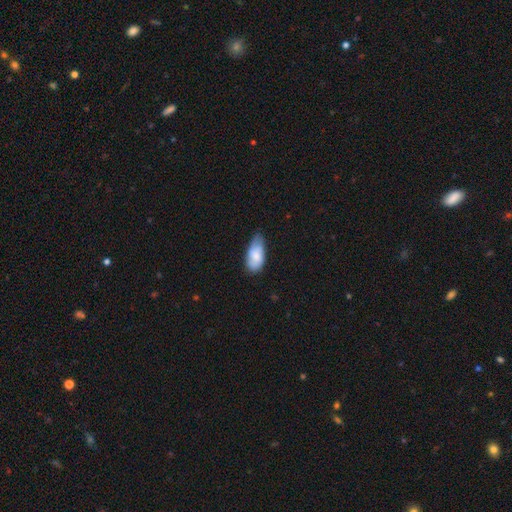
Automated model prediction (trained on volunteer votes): smooth_or_featured: smooth (p=0.75) [alt: featured or disk p=0.19]
how_rounded: in between (p=0.92) [alt: cigar-shaped p=0.06]
merging: none (p=0.47) [alt: minor disturbance p=0.42]